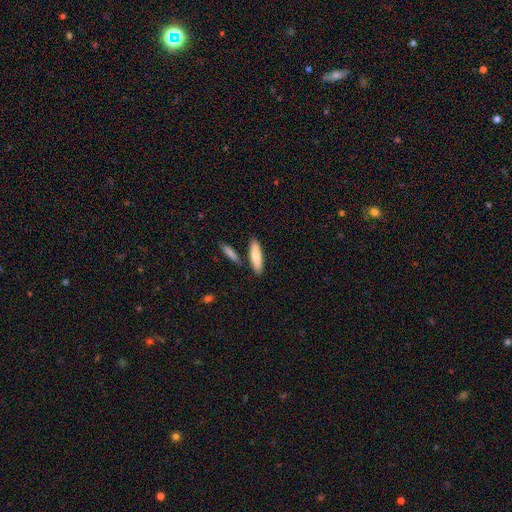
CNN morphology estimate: smooth-or-featured: smooth: 78% | featured or disk: 16% | star or artifact: 5%
  how-rounded: cigar-shaped: 66% | in between: 32% | round: 2%
  merging: none: 80% | minor disturbance: 10% | merger: 8% | major disturbance: 2%